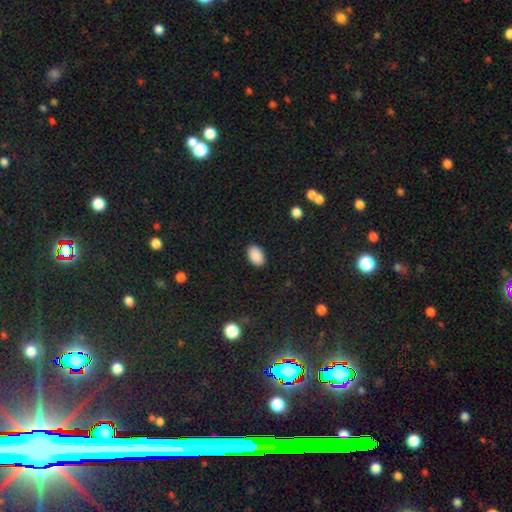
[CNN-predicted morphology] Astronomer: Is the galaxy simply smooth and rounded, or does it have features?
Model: smooth — 90%.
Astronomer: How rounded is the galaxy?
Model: in between — 91%.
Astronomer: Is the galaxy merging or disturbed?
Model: none — 89%.